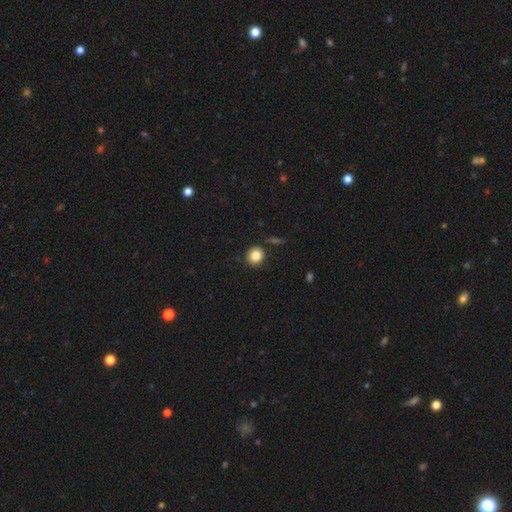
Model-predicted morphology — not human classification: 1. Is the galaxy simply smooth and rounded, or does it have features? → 84% smooth, 10% star or artifact, 6% featured or disk.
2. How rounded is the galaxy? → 84% round, 15% in between, 1% cigar-shaped.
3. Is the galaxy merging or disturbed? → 87% none, 8% minor disturbance, 3% merger, 2% major disturbance.